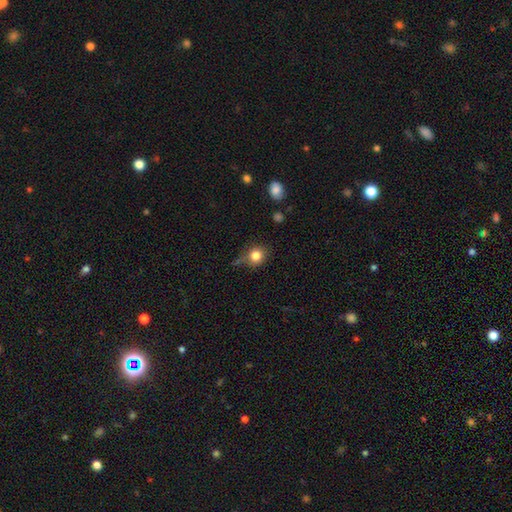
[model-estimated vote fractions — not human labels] This appears to be a smooth galaxy with no disk features (81%) that is round (81%). Merging: none (63%).